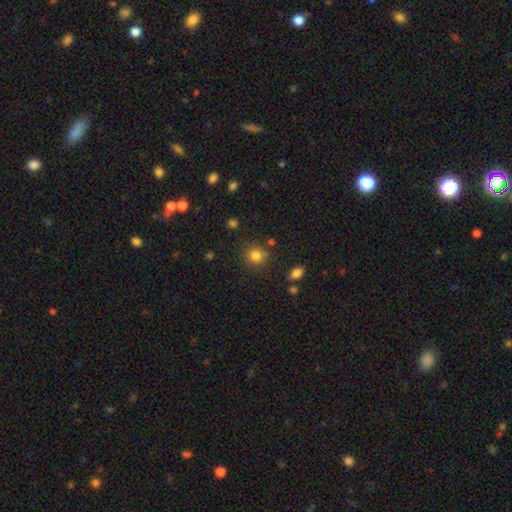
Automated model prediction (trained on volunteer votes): Smooth or featured? smooth (82%)
How rounded? round (86%)
Merging? none (81%)